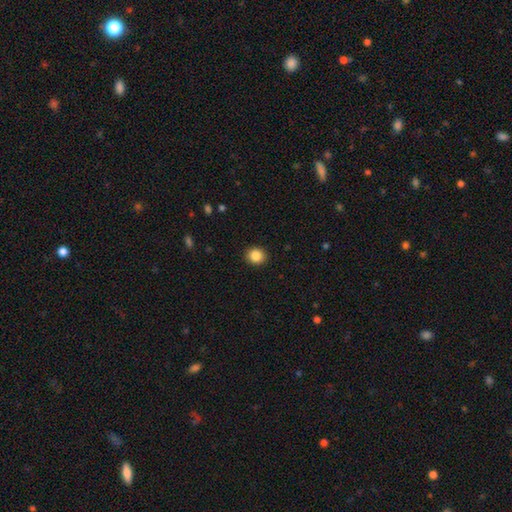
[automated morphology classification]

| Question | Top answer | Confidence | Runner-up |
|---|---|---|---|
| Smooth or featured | smooth | 86% | star or artifact (10%) |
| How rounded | round | 78% | in between (21%) |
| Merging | none | 91% | minor disturbance (6%) |